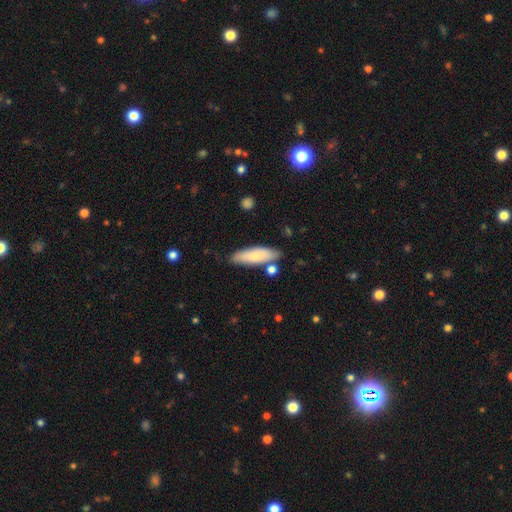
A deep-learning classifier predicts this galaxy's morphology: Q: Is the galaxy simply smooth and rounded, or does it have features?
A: smooth — 74%.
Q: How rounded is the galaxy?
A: cigar-shaped — 50%.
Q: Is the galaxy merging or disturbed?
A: none — 77%.